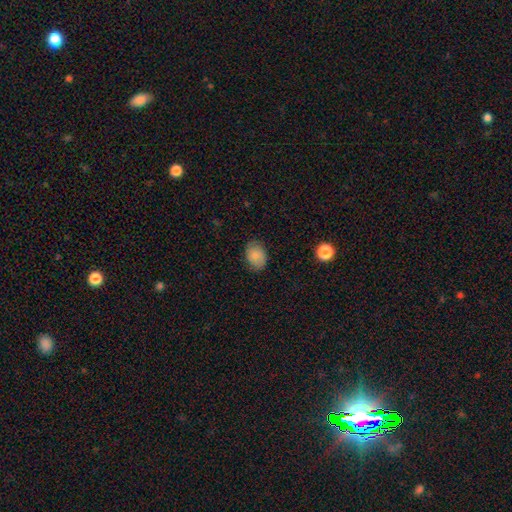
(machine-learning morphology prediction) Smooth or featured?
  - smooth: 80% *
  - featured or disk: 11%
  - star or artifact: 8%
How rounded?
  - in between: 75% *
  - round: 24%
  - cigar-shaped: 1%
Merging?
  - none: 79% *
  - minor disturbance: 17%
  - major disturbance: 4%
  - merger: 1%